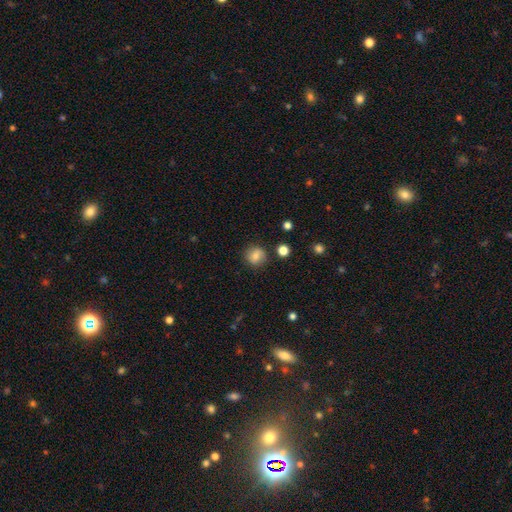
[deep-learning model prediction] Morphology: type=smooth (80%); roundness=round (85%); merging=none (84%).